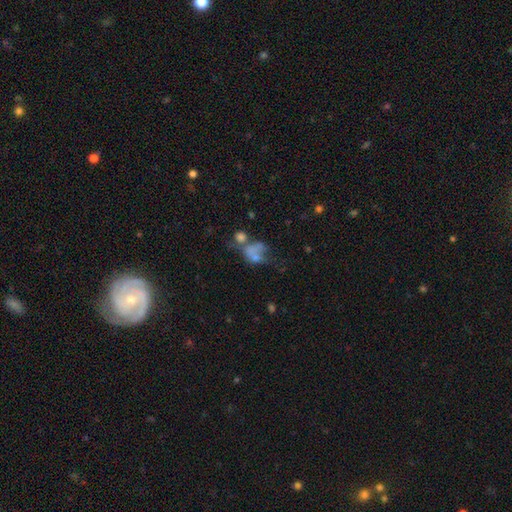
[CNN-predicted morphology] The model was most divided on "merging": merger: 44%, major disturbance: 27%, none: 17%, minor disturbance: 12%. More confident: how rounded — in between (68%); smooth or featured — smooth (55%).